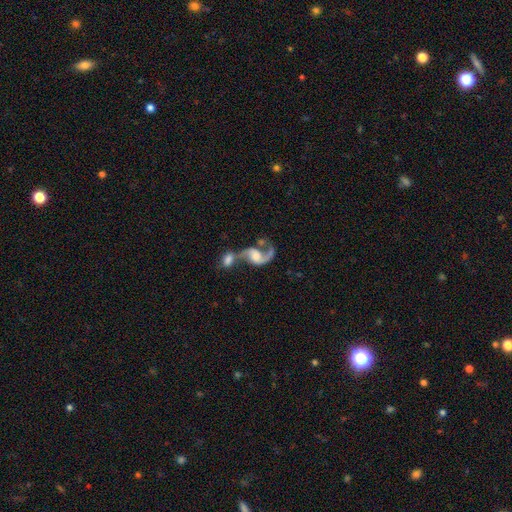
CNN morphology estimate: This is clearly a featured or disk galaxy (82%). It is clearly not viewed edge-on (97%). Bar: possibly no (52%). Spiral arm pattern: clearly yes (93%). Spiral arm count: likely 2 (79%). Spiral winding: likely loose (69%). Central bulge: marginally moderate (36%). Merging: likely merger (64%).